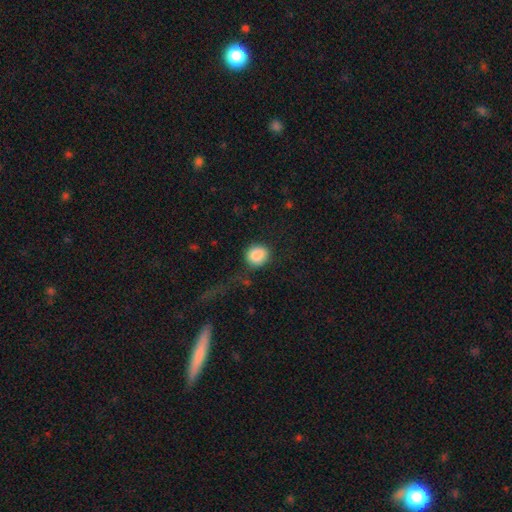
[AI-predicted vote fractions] This appears to be a smooth galaxy with no disk features (88%) that is round (80%). Merging: none (70%).